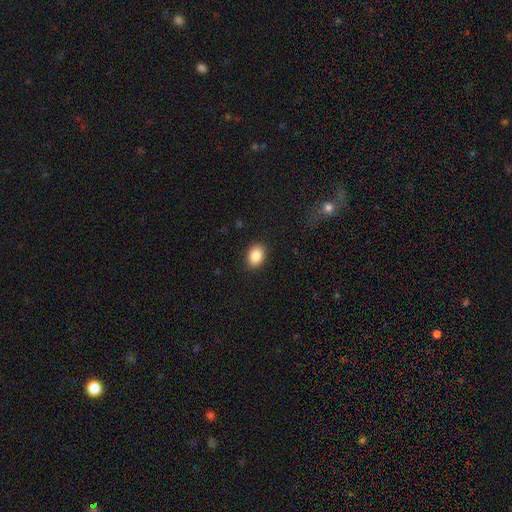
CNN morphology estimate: A smooth galaxy with no disk features (87%) that is in between round and cigar-shaped (70%). Merging: none (90%).